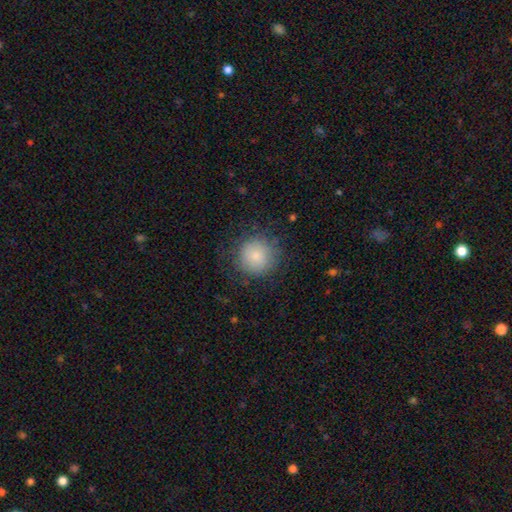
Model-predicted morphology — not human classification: Smooth or featured: smooth — 81% (featured or disk — 10%)
How rounded: round — 93% (in between — 6%)
Merging: none — 77% (minor disturbance — 15%)